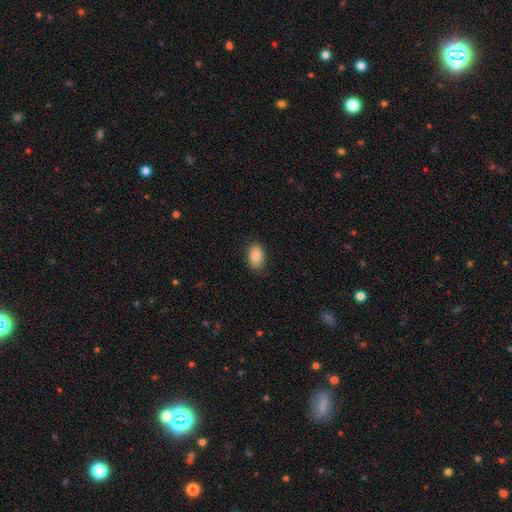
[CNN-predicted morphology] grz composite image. It shows a smooth galaxy with no disk features (84%) that is in between round and cigar-shaped (89%). Merging: none (86%).